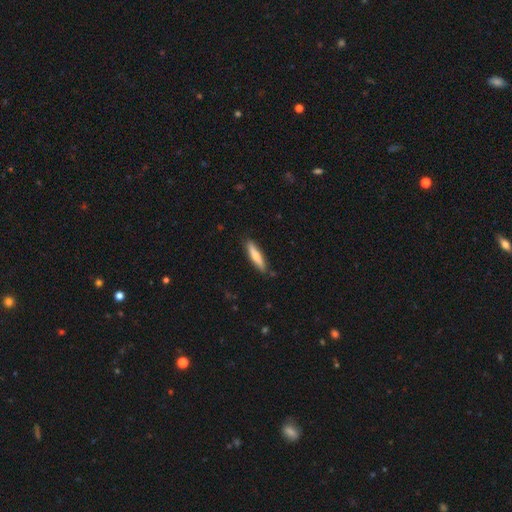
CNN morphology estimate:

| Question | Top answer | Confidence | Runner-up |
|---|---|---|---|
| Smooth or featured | smooth | 59% | featured or disk (35%) |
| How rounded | cigar-shaped | 81% | in between (17%) |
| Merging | none | 85% | minor disturbance (12%) |